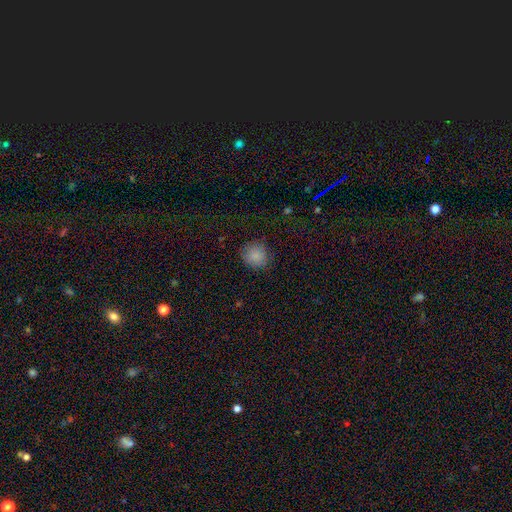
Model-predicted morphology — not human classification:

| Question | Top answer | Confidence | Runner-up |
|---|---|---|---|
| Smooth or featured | smooth | 86% | star or artifact (10%) |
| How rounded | round | 87% | in between (12%) |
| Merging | none | 83% | minor disturbance (12%) |